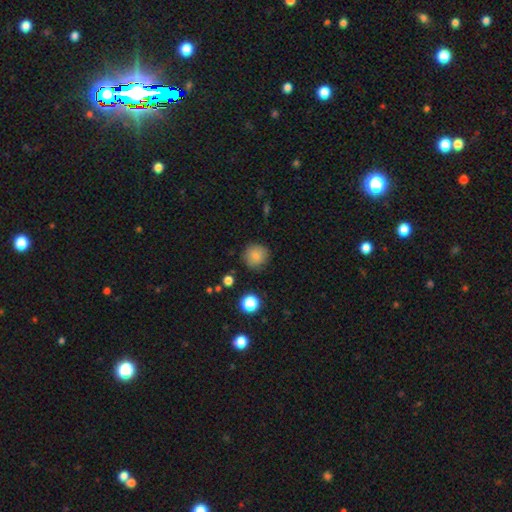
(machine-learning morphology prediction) smooth 83%, star or artifact 11%, featured or disk 6%. Down the decision tree: how rounded — round (91%); merging — none (83%).